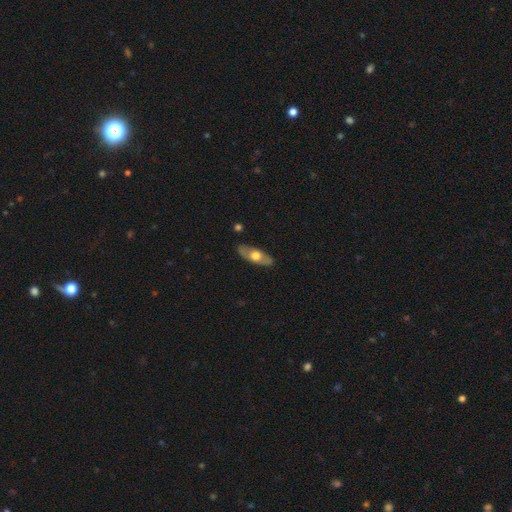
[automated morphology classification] smooth-or-featured: smooth: 48% | featured or disk: 47% | star or artifact: 5%
  merging: none: 86% | minor disturbance: 10% | major disturbance: 2% | merger: 1%